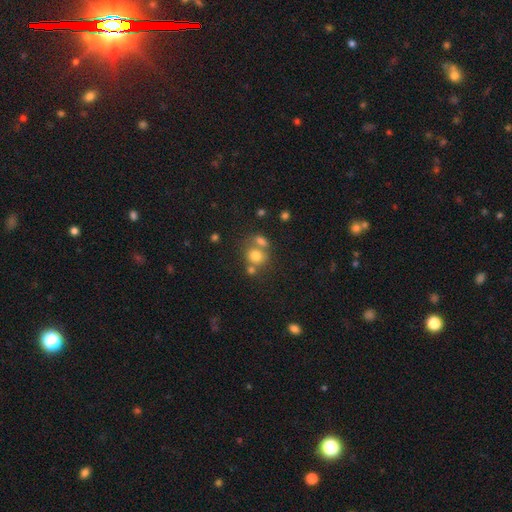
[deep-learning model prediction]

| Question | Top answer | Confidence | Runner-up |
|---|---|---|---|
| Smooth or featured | smooth | 73% | star or artifact (14%) |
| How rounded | round | 66% | in between (33%) |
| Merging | none | 44% | merger (39%) |